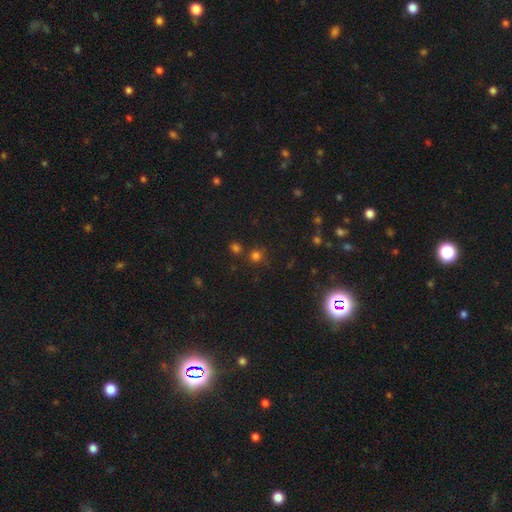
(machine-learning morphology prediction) Smooth or featured? smooth (72%)
How rounded? round (91%)
Merging? none (75%)